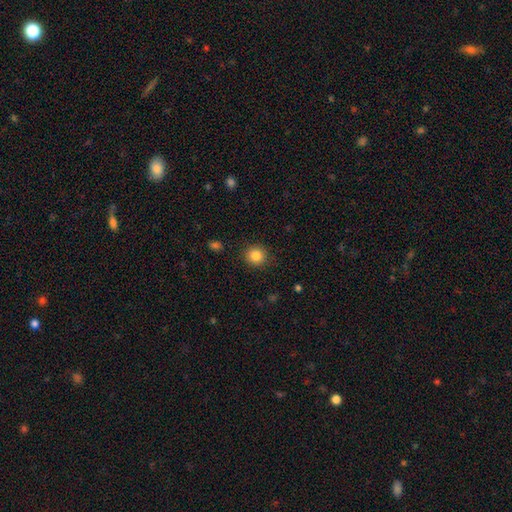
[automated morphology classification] Smooth or featured?
  - smooth: 84% *
  - star or artifact: 10%
  - featured or disk: 5%
How rounded?
  - round: 90% *
  - in between: 9%
  - cigar-shaped: 1%
Merging?
  - none: 90% *
  - minor disturbance: 7%
  - major disturbance: 2%
  - merger: 1%